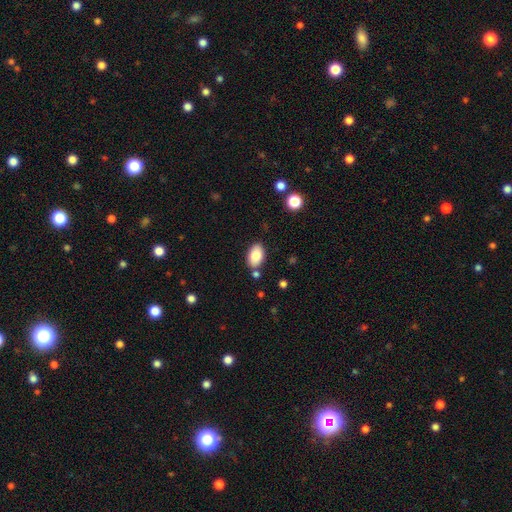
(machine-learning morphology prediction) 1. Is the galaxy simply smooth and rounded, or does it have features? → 85% smooth, 8% featured or disk, 7% star or artifact.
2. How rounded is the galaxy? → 91% in between, 7% round, 1% cigar-shaped.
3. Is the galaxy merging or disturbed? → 80% none, 12% minor disturbance, 6% merger, 3% major disturbance.